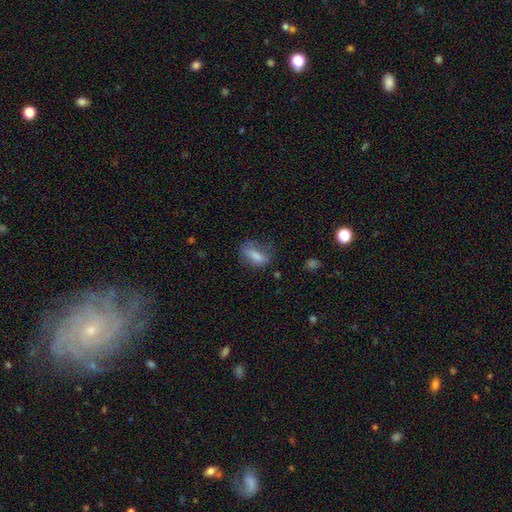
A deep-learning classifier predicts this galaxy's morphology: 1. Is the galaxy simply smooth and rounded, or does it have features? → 68% smooth, 20% featured or disk, 12% star or artifact.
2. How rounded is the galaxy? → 70% in between, 23% cigar-shaped, 7% round.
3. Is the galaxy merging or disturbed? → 56% none, 27% minor disturbance, 16% major disturbance, 2% merger.